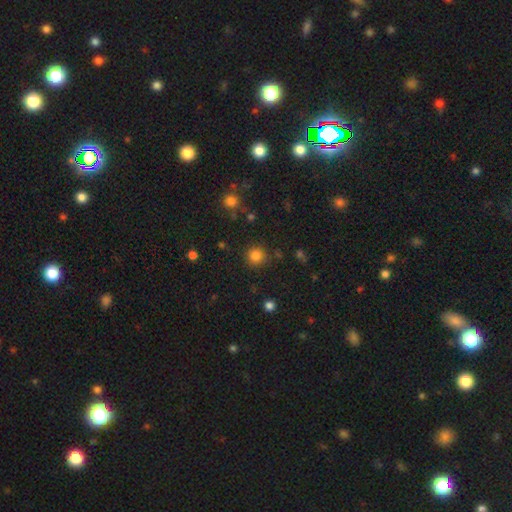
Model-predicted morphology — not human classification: smooth 83%, star or artifact 13%, featured or disk 4%. Down the decision tree: how rounded — round (94%); merging — none (89%).